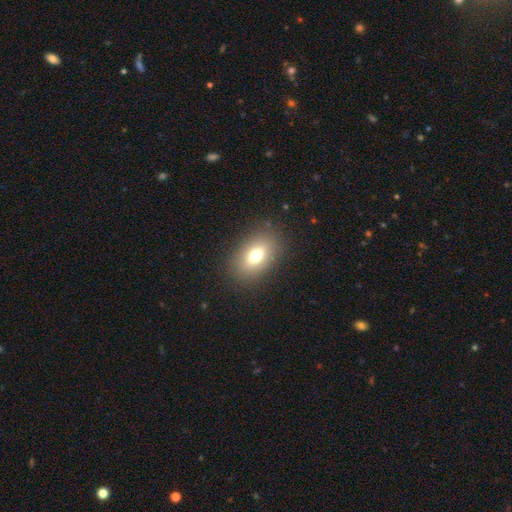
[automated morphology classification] Smooth or featured? smooth (73%)
How rounded? in between (85%)
Merging? none (86%)